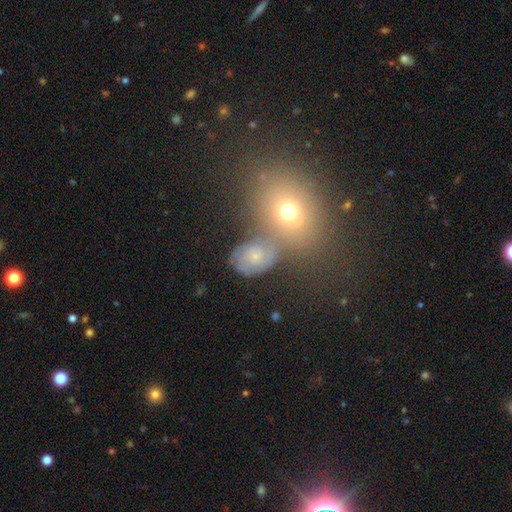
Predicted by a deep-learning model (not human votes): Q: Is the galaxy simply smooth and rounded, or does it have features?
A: featured or disk — 46%.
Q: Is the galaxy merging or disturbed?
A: none — 54%.